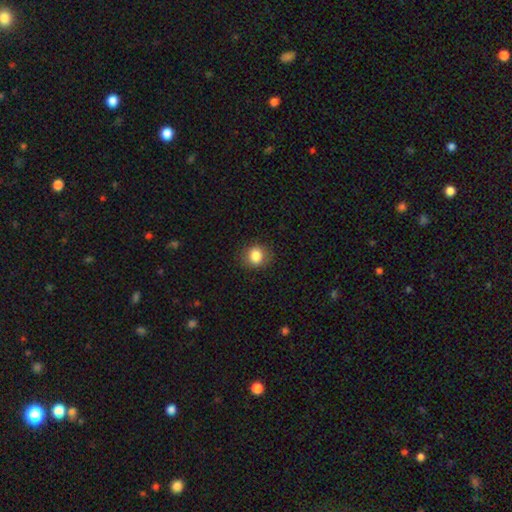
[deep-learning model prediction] Q: Smooth or featured?
A: smooth (84%); runner-up: star or artifact (10%)
Q: How rounded?
A: round (75%); runner-up: in between (24%)
Q: Merging?
A: none (85%); runner-up: minor disturbance (11%)